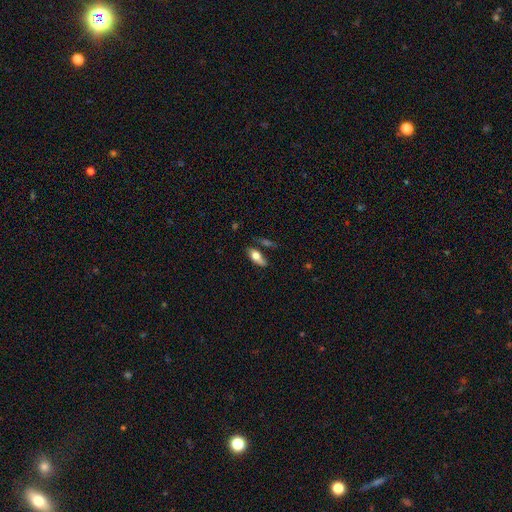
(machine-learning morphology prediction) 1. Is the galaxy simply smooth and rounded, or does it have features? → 69% smooth, 24% featured or disk, 7% star or artifact.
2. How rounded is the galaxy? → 78% in between, 19% cigar-shaped, 3% round.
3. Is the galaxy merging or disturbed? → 62% none, 21% minor disturbance, 9% merger, 8% major disturbance.